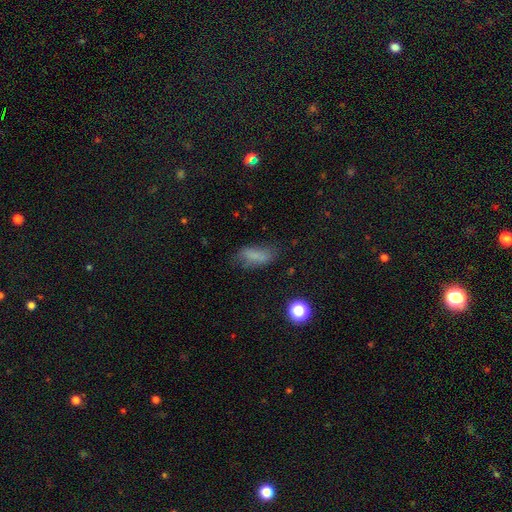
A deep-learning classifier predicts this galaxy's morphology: Smooth or featured: smooth — 72% (featured or disk — 15%)
How rounded: in between — 81% (cigar-shaped — 13%)
Merging: none — 58% (minor disturbance — 26%)